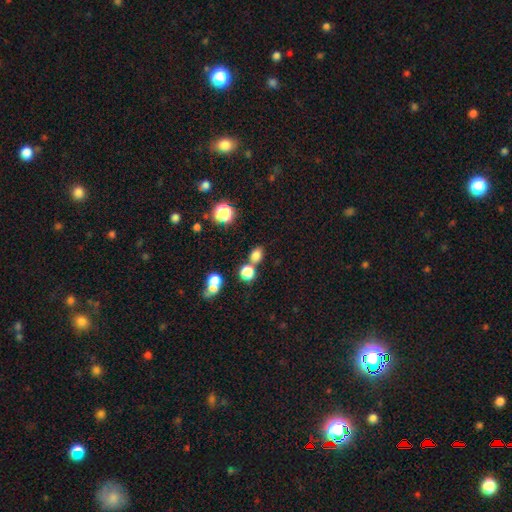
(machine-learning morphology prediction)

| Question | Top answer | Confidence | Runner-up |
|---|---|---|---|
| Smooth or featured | smooth | 77% | star or artifact (17%) |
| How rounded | in between | 52% | round (46%) |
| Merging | none | 61% | merger (24%) |